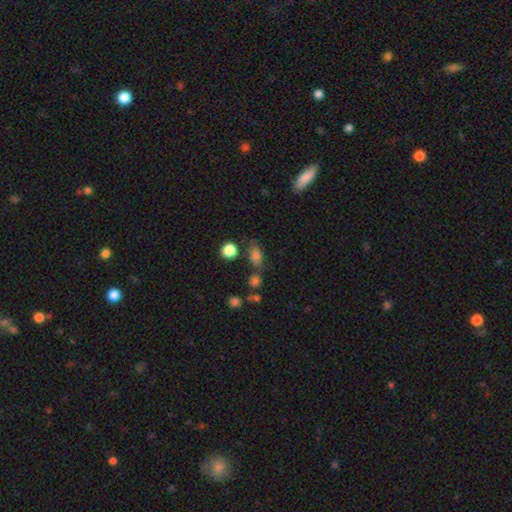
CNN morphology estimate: Smooth or featured? smooth (76%)
How rounded? in between (74%)
Merging? none (64%)